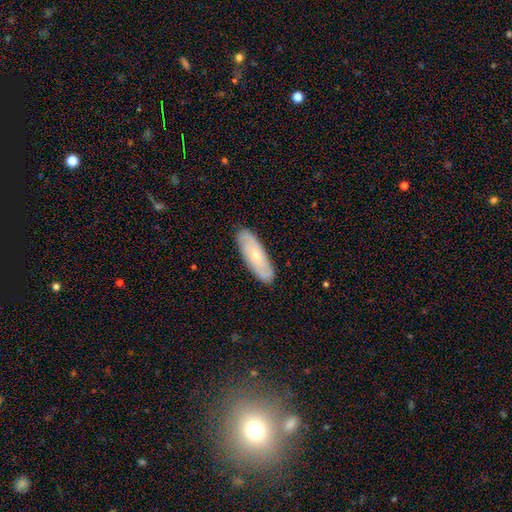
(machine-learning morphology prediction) This is possibly a featured or disk galaxy (55%). It is likely not viewed edge-on (80%). Merging: clearly none (86%).